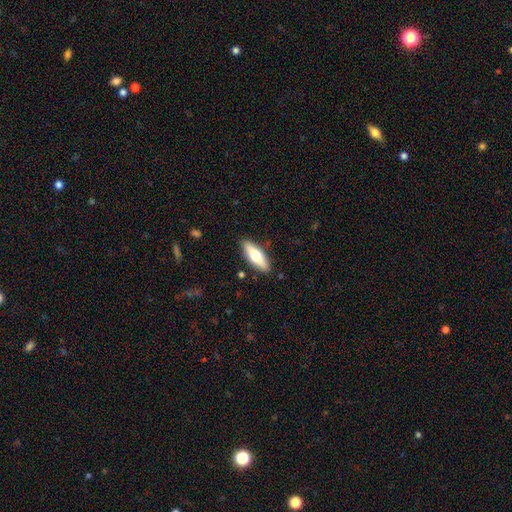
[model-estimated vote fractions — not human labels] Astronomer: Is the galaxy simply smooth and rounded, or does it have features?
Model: smooth — 60%.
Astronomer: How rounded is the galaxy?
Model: in between — 56% (runner-up: cigar-shaped, 42%).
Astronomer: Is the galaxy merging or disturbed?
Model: none — 87%.